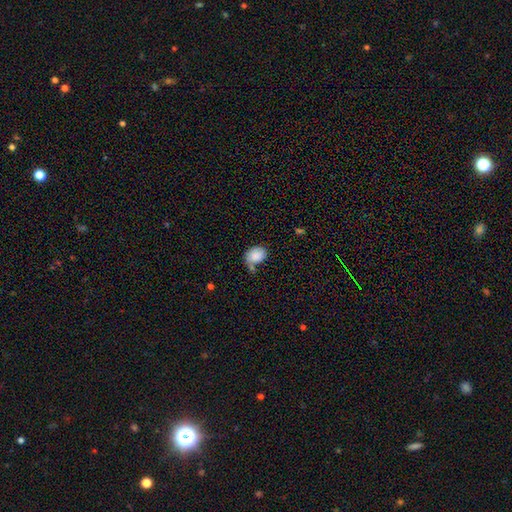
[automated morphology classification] Smooth or featured?
  - smooth: 85% *
  - star or artifact: 7%
  - featured or disk: 7%
How rounded?
  - in between: 55% *
  - round: 44%
  - cigar-shaped: 1%
Merging?
  - none: 47% *
  - minor disturbance: 26%
  - merger: 16%
  - major disturbance: 11%